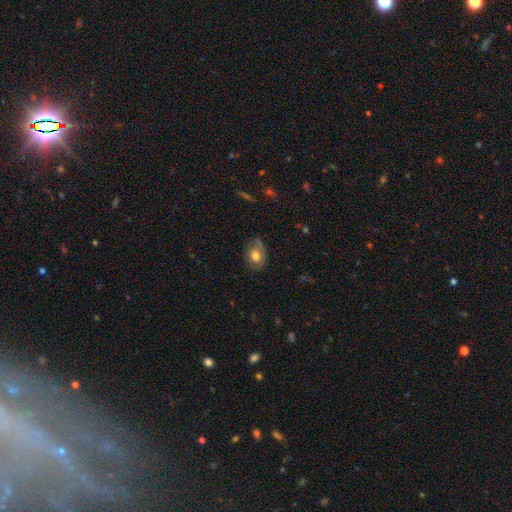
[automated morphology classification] smooth_or_featured: smooth (p=0.65) [alt: featured or disk p=0.27]
how_rounded: in between (p=0.70) [alt: round p=0.29]
merging: none (p=0.65) [alt: minor disturbance p=0.25]